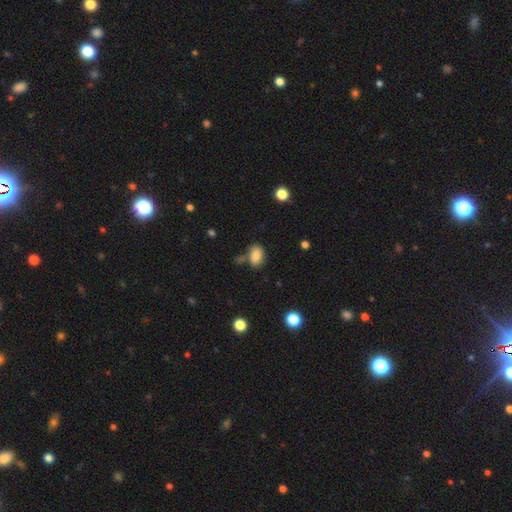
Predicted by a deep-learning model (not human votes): Smooth or featured? smooth (83%)
How rounded? in between (87%)
Merging? none (60%)